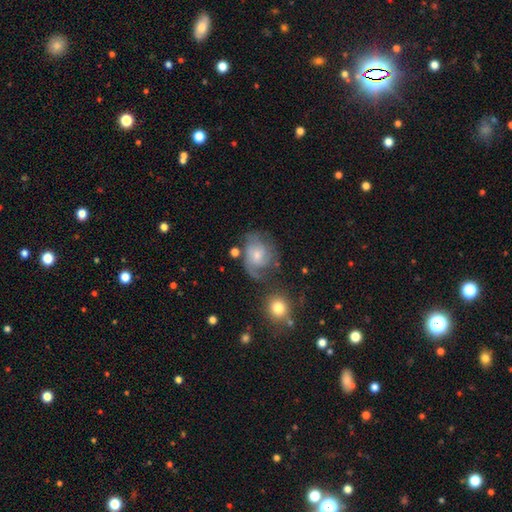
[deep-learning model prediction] The model was most divided on "spiral winding": tight: 45%, medium: 40%, loose: 15%. Remaining: edge-on disk — no (97%); spiral arms — yes (90%); smooth or featured — featured or disk (70%); bar — no (68%); merging — none (58%); bulge size — small (56%); spiral arm count — 2 (37%).